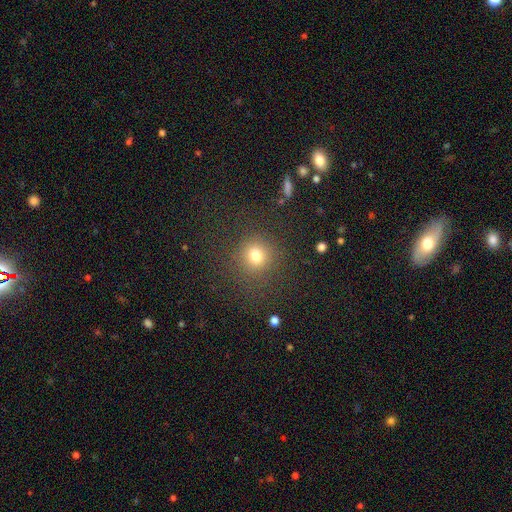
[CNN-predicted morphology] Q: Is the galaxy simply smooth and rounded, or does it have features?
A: smooth — 76%.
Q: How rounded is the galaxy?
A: round — 90%.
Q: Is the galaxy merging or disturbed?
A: none — 84%.